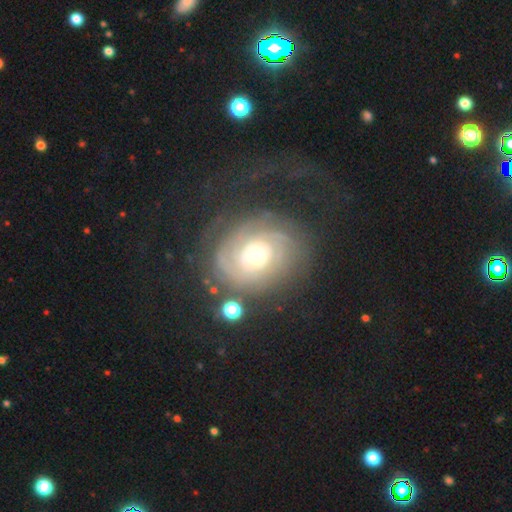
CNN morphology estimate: A featured or disk galaxy (84%) with no bar (79%), tight (78%) spiral arms (93%) and a moderate central bulge (68%). Merging: none (70%).